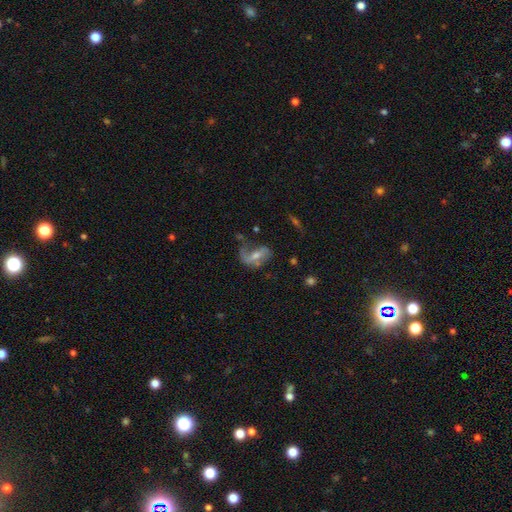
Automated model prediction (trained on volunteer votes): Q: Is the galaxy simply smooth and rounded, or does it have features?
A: featured or disk — 70%.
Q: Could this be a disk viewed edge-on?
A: no — 92%.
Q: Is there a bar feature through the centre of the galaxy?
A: weak — 37%.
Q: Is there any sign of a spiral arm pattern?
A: yes — 79%.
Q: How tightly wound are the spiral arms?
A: loose — 61%.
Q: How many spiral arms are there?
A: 2 — 56%.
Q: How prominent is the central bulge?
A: moderate — 46%.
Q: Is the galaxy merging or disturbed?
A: none — 45%.